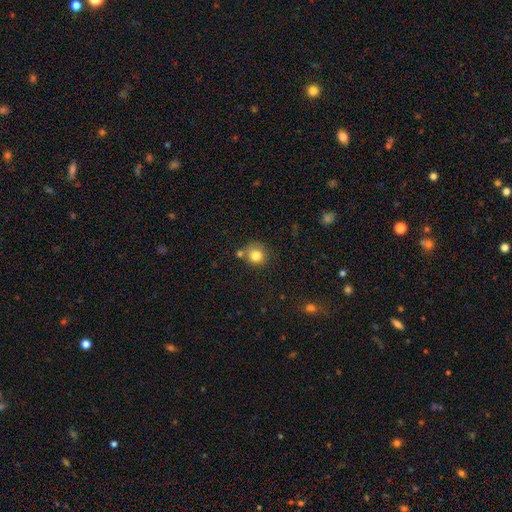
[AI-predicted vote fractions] A smooth galaxy with no disk features (81%) that is round (87%). Merging: none (68%).